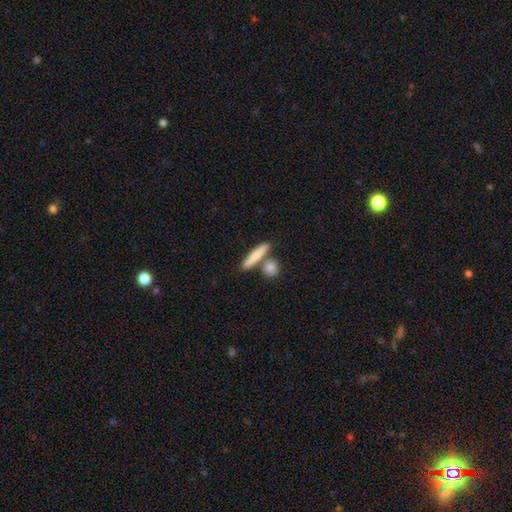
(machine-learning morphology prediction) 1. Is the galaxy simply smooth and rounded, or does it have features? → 77% smooth, 17% featured or disk, 6% star or artifact.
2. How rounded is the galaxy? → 77% cigar-shaped, 14% in between, 8% round.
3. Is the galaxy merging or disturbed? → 70% none, 17% merger, 10% minor disturbance, 3% major disturbance.